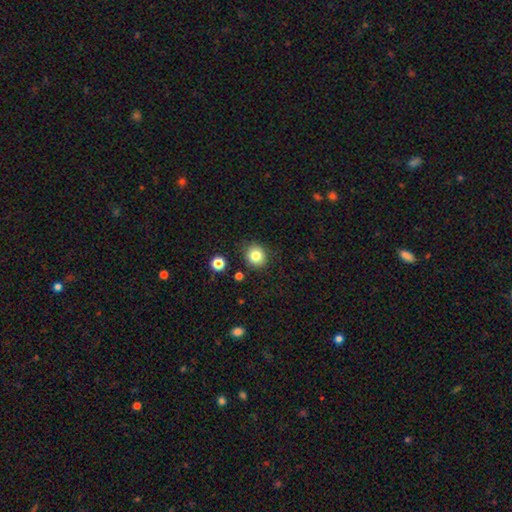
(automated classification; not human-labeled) Smooth or featured? Predicted: smooth (p=0.82). How rounded? Predicted: round (p=0.85). Merging? Predicted: none (p=0.85).